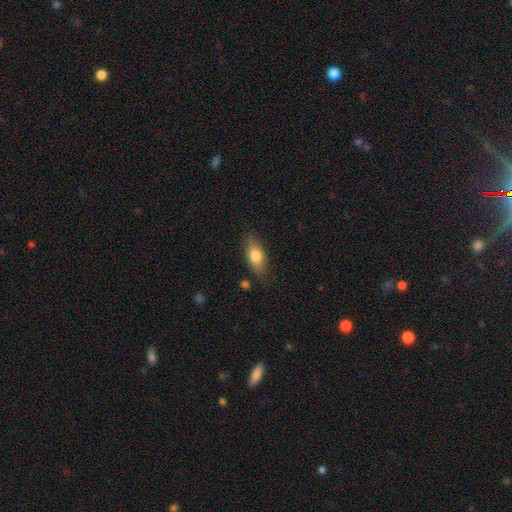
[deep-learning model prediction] smooth 74%, featured or disk 20%, star or artifact 7%. Down the decision tree: how rounded — in between (80%); merging — none (77%).